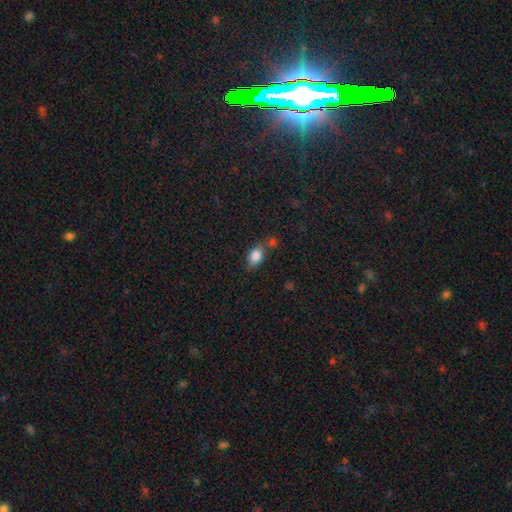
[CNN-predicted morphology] smooth-or-featured: smooth: 84% | star or artifact: 9% | featured or disk: 7%
  how-rounded: in between: 73% | round: 25% | cigar-shaped: 2%
  merging: none: 56% | merger: 22% | minor disturbance: 17% | major disturbance: 5%